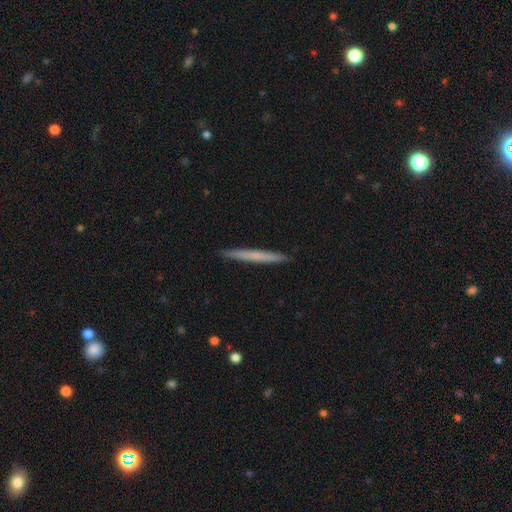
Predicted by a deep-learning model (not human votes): This is possibly a smooth galaxy (59%). How rounded: clearly cigar-shaped (97%). Merging: clearly none (92%).